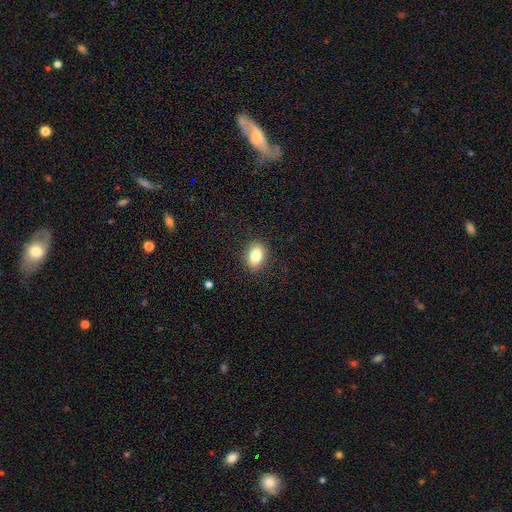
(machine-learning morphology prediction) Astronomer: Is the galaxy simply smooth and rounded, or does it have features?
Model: smooth — 81%.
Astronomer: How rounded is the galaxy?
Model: in between — 78%.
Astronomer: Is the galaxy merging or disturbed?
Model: none — 88%.